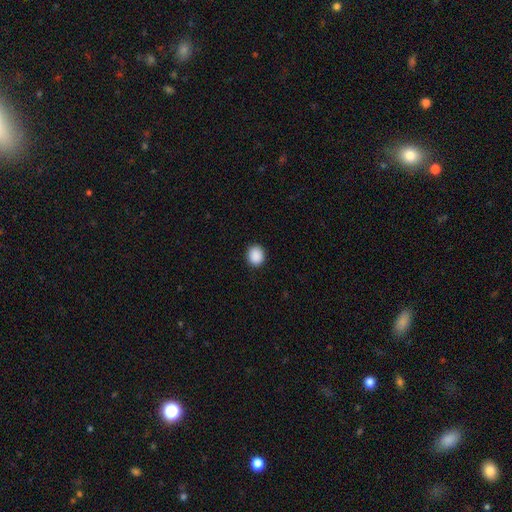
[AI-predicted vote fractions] smooth_or_featured: smooth (p=0.90) [alt: star or artifact p=0.08]
how_rounded: round (p=0.69) [alt: in between p=0.30]
merging: none (p=0.90) [alt: minor disturbance p=0.07]